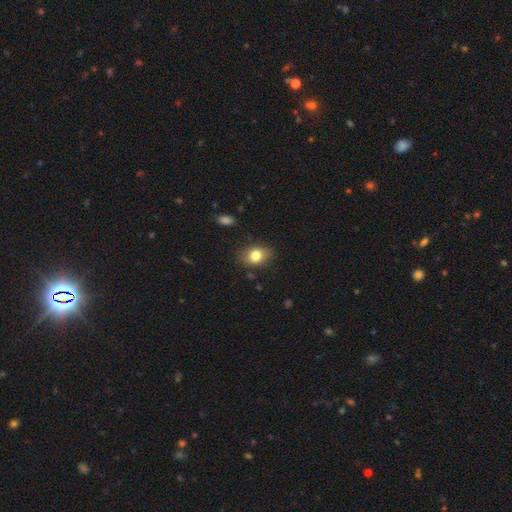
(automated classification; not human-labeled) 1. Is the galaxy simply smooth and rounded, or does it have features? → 79% smooth, 11% featured or disk, 9% star or artifact.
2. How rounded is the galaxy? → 73% in between, 26% round, 1% cigar-shaped.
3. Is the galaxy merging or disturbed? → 81% none, 14% minor disturbance, 3% major disturbance, 2% merger.